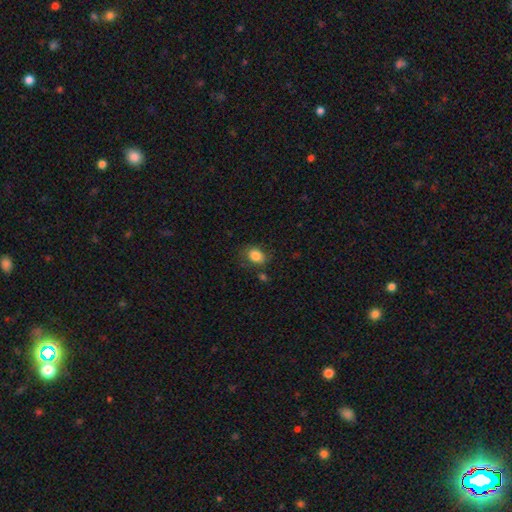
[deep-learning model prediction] This is clearly a smooth galaxy (84%). How rounded: likely in between (61%). Merging: likely none (73%).